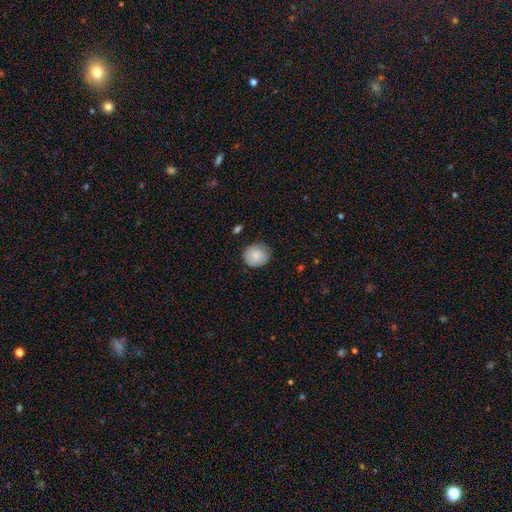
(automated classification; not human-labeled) Smooth or featured: smooth — 85% (featured or disk — 8%)
How rounded: round — 84% (in between — 15%)
Merging: none — 82% (minor disturbance — 14%)